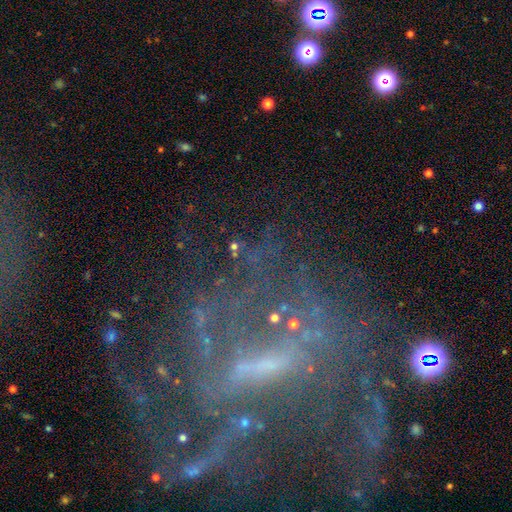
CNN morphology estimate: The model was most divided on "bulge size": small: 40%, none: 35%, moderate: 19%, large: 4%, dominant: 2%. Remaining: edge-on disk — no (90%); smooth or featured — featured or disk (66%); spiral arms — yes (55%); merging — none (53%); bar — strong (45%).